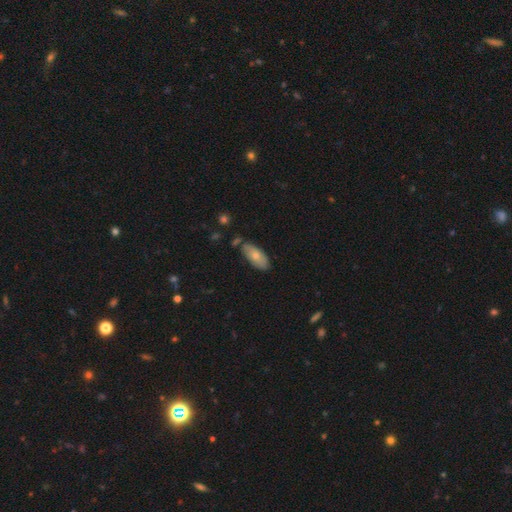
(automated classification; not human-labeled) Smooth or featured?
  - smooth: 69% *
  - featured or disk: 25%
  - star or artifact: 6%
How rounded?
  - in between: 88% *
  - cigar-shaped: 10%
  - round: 2%
Merging?
  - none: 68% *
  - minor disturbance: 23%
  - merger: 5%
  - major disturbance: 4%